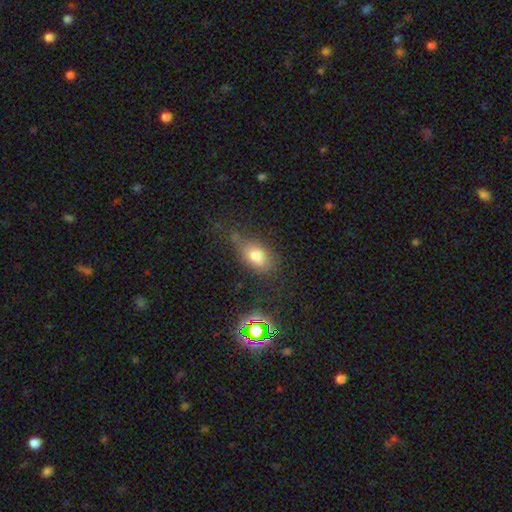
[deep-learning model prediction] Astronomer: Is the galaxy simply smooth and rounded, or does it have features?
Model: smooth — 68%.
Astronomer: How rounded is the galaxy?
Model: in between — 81%.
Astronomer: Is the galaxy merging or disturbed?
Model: none — 48% (runner-up: minor disturbance, 31%).